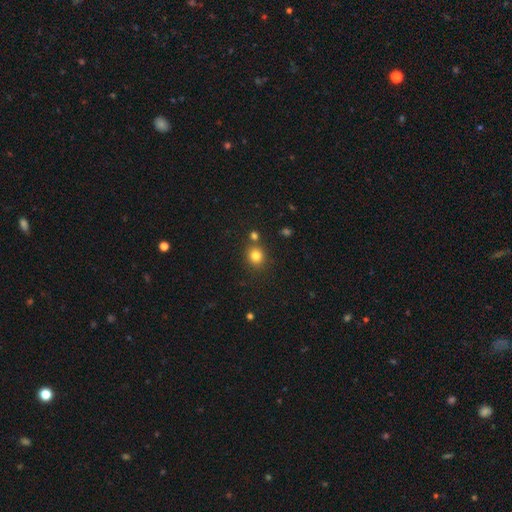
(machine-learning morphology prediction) smooth_or_featured: smooth (p=0.81) [alt: star or artifact p=0.13]
how_rounded: round (p=0.82) [alt: in between p=0.17]
merging: none (p=0.78) [alt: merger p=0.11]